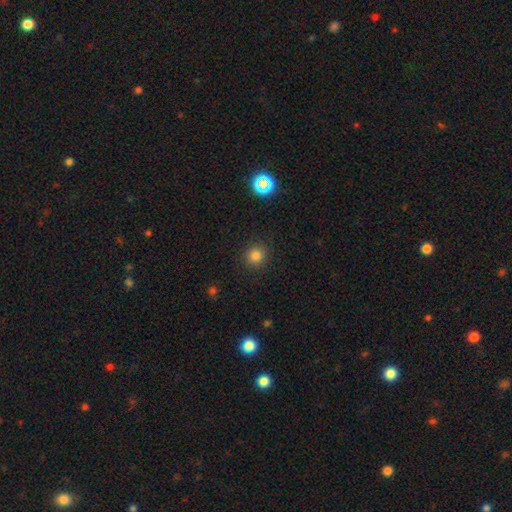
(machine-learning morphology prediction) A smooth galaxy with no disk features (81%) that is round (90%).

Vote fractions:
- Smooth or featured? smooth: 81% / star or artifact: 14% / featured or disk: 5%
- How rounded? round: 90% / in between: 9% / cigar-shaped: 1%
- Merging? none: 89% / minor disturbance: 7% / major disturbance: 3% / merger: 1%